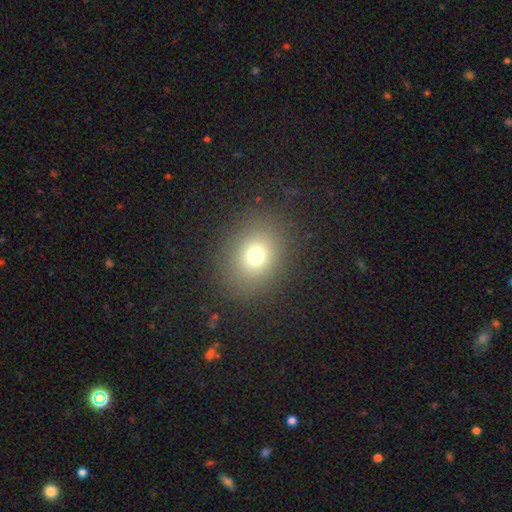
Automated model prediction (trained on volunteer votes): Smooth or featured: smooth — 71% (star or artifact — 18%)
How rounded: round — 63% (in between — 36%)
Merging: none — 86% (minor disturbance — 7%)